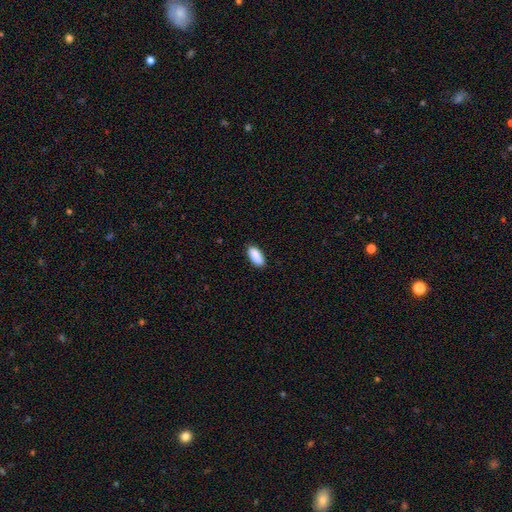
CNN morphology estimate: Smooth or featured?
  - smooth: 90% *
  - star or artifact: 6%
  - featured or disk: 4%
How rounded?
  - in between: 86% *
  - cigar-shaped: 12%
  - round: 2%
Merging?
  - none: 87% *
  - minor disturbance: 10%
  - major disturbance: 2%
  - merger: 1%